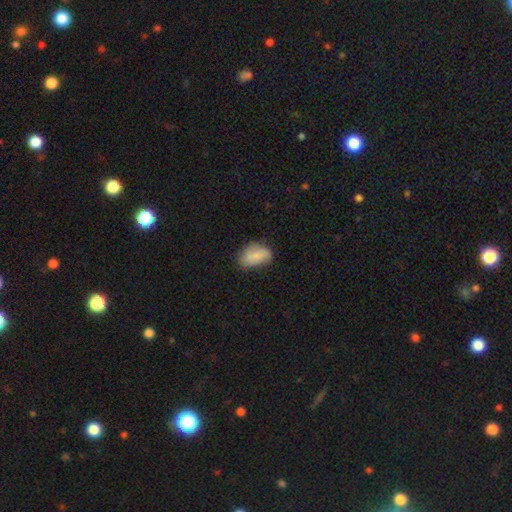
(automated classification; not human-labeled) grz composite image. It shows a smooth galaxy with no disk features (83%) that is in between round and cigar-shaped (91%). Merging: none (60%).